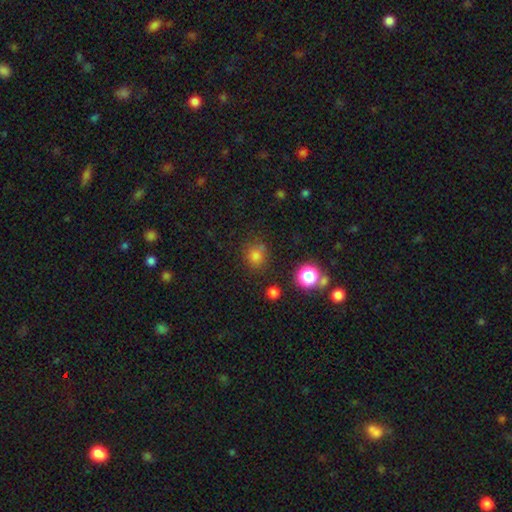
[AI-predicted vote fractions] smooth-or-featured: smooth: 75% | star or artifact: 19% | featured or disk: 6%
  how-rounded: round: 84% | in between: 15% | cigar-shaped: 1%
  merging: none: 75% | minor disturbance: 13% | merger: 8% | major disturbance: 5%